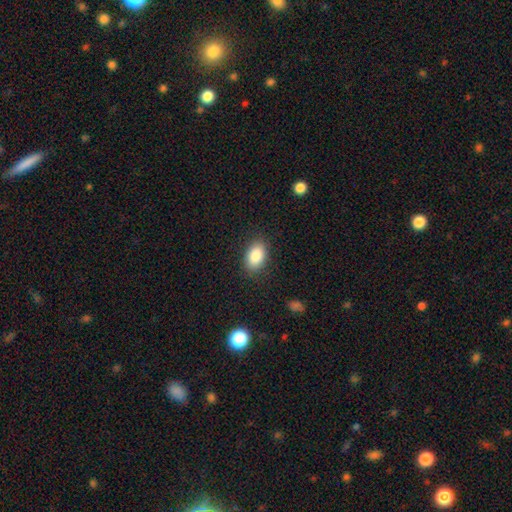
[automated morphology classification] A smooth galaxy with no disk features (86%) that is in between round and cigar-shaped (90%).

Vote fractions:
- Smooth or featured? smooth: 86% / star or artifact: 7% / featured or disk: 6%
- How rounded? in between: 90% / round: 9% / cigar-shaped: 1%
- Merging? none: 86% / minor disturbance: 10% / major disturbance: 3% / merger: 1%